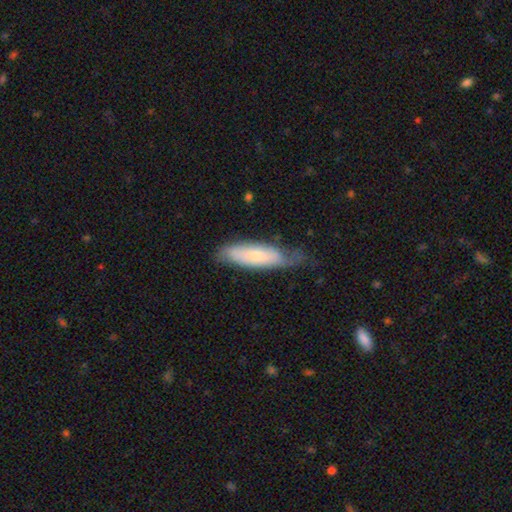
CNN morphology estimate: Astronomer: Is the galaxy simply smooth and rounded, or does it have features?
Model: smooth — 63%.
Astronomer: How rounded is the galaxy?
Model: cigar-shaped — 53% (runner-up: in between, 46%).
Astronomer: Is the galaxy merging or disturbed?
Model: none — 50% (runner-up: minor disturbance, 36%).